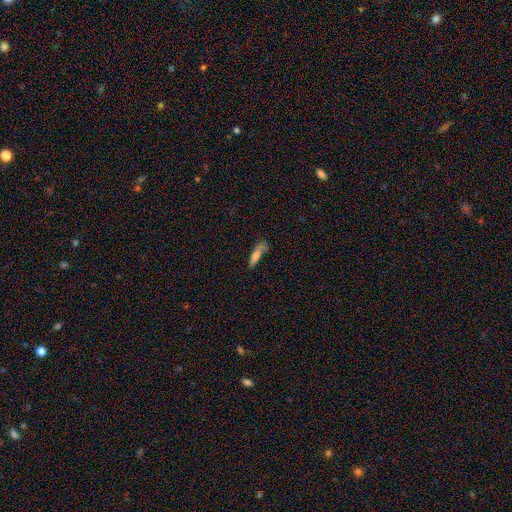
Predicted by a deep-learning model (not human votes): Smooth or featured? Predicted: smooth (p=0.70). How rounded? Predicted: cigar-shaped (p=0.68). Merging? Predicted: none (p=0.48).